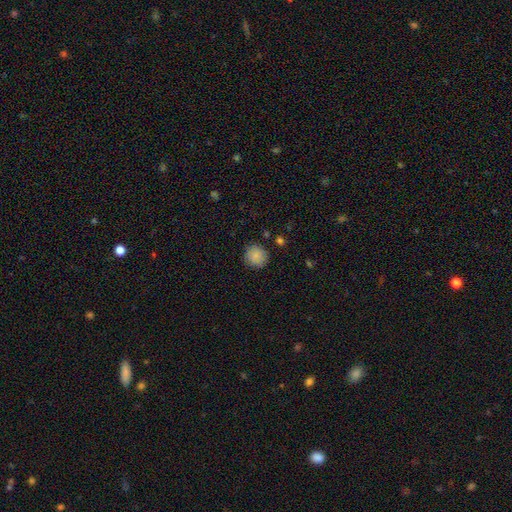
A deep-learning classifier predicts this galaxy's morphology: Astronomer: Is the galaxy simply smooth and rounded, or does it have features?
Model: smooth — 85%.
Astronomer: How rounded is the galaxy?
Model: round — 90%.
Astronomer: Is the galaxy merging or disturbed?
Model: none — 86%.